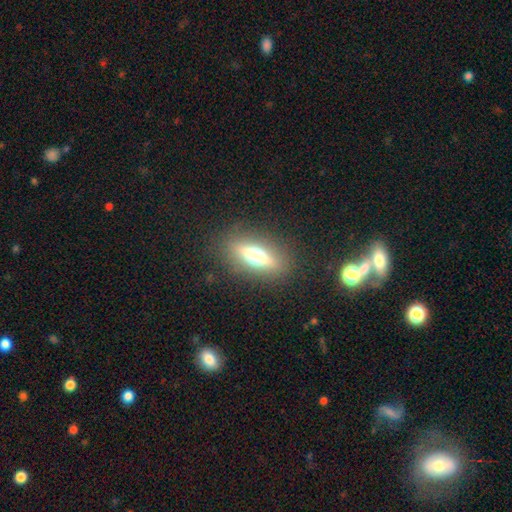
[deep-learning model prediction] Overall: smooth (44%, tied with featured or disk). Merging: none (85%).